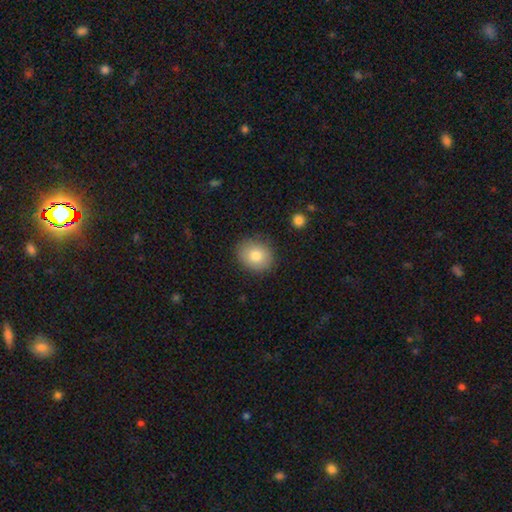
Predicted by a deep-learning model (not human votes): Q: Smooth or featured?
A: smooth (81%); runner-up: featured or disk (10%)
Q: How rounded?
A: round (59%); runner-up: in between (40%)
Q: Merging?
A: none (86%); runner-up: minor disturbance (10%)